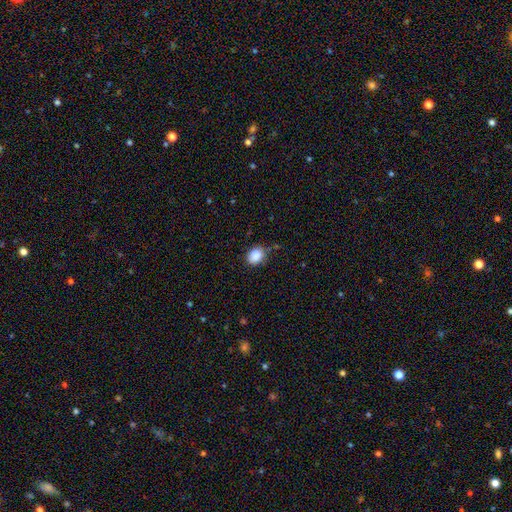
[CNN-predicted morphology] Overall: smooth (88%). How rounded: in between (51%; round 48%). Merging: none (74%).